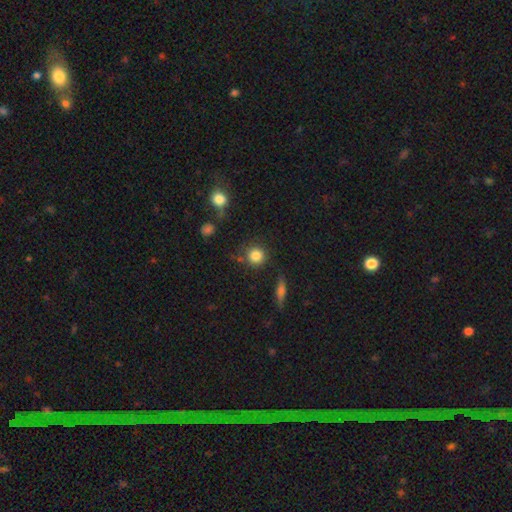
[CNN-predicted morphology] Smooth or featured? Predicted: smooth (p=0.84). How rounded? Predicted: round (p=0.91). Merging? Predicted: none (p=0.81).